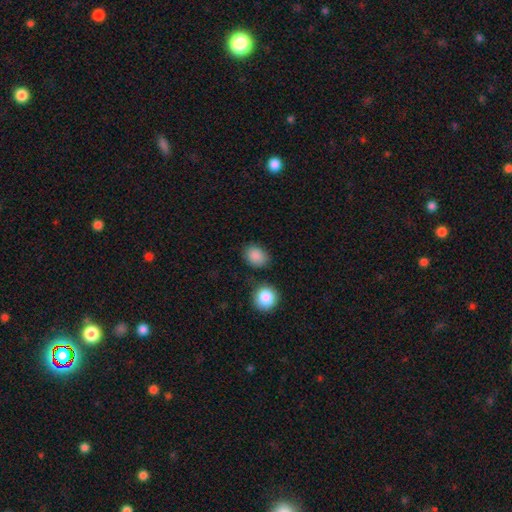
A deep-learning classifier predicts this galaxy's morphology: The model was most divided on "how rounded": in between: 56%, round: 43%, cigar-shaped: 1%. More confident: smooth or featured — smooth (87%); merging — none (76%).